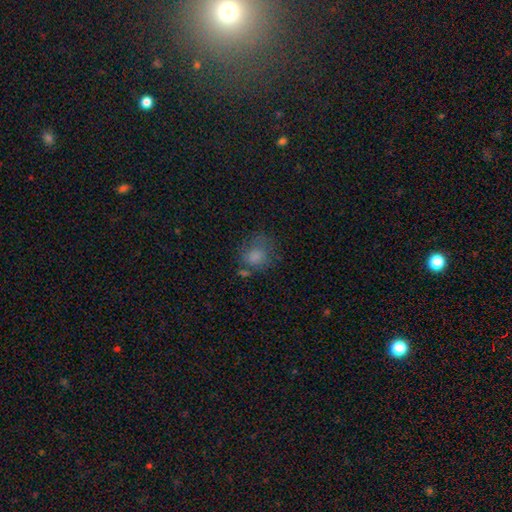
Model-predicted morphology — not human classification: The model was most divided on "merging": none: 50%, minor disturbance: 24%, major disturbance: 17%, merger: 9%. More confident: smooth or featured — smooth (76%); how rounded — round (67%).